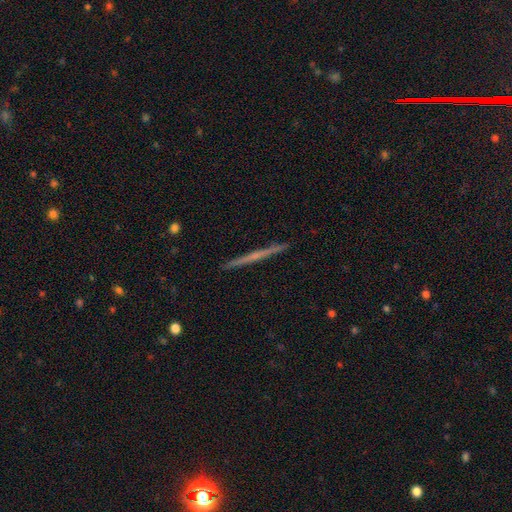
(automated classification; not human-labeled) Morphology: type=featured or disk (63%); edge-on=yes (98%); edge-on bulge=none (72%); merging=none (93%).